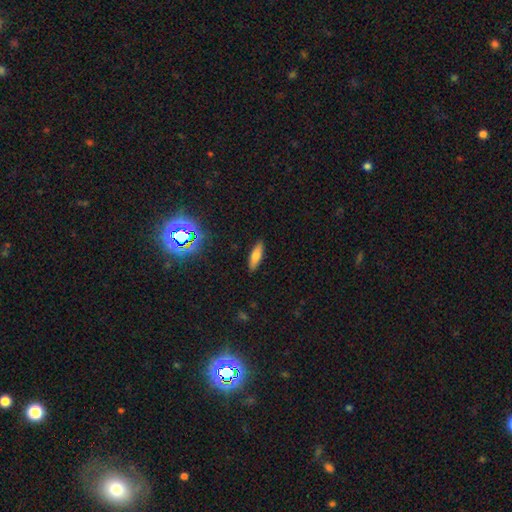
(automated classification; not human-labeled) This is likely a smooth galaxy (71%). How rounded: possibly cigar-shaped (50%). Merging: clearly none (89%).